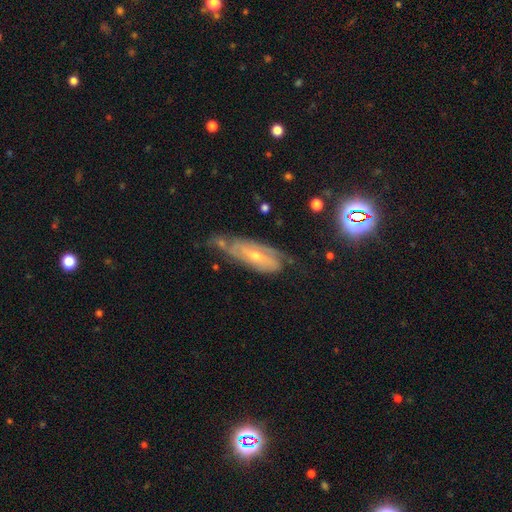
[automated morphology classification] A featured or disk galaxy (72%) with no bar (48%), 2 (44%) tight (52%) spiral arms (85%) and a small central bulge (59%).

Vote fractions:
- Smooth or featured? featured or disk: 72% / smooth: 19% / star or artifact: 10%
- Edge-on disk? no: 82% / yes: 18%
- Bar? no: 48% / weak: 38% / strong: 14%
- Spiral arms? yes: 85% / no: 15%
- Spiral winding? tight: 52% / medium: 35% / loose: 13%
- Spiral arm count? 2: 44% / can't tell: 40% / 3: 6% / 1: 5% / 4: 3% / more than 4: 2%
- Bulge size? small: 59% / moderate: 37% / none: 2% / large: 1% / dominant: 1%
- Merging? none: 53% / minor disturbance: 29% / major disturbance: 13% / merger: 5%